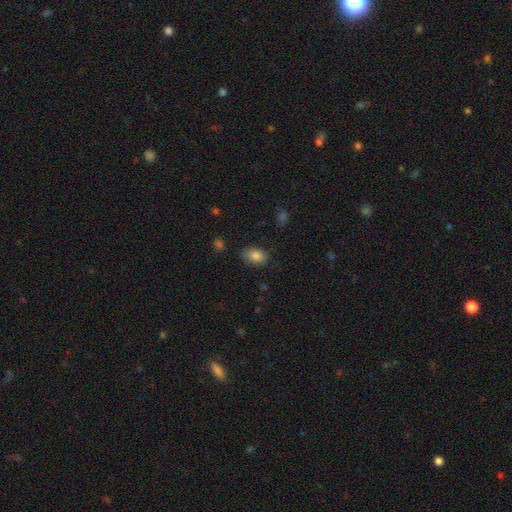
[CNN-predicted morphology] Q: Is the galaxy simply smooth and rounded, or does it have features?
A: smooth — 85%.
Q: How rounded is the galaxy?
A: in between — 82%.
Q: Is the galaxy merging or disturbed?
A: none — 79%.